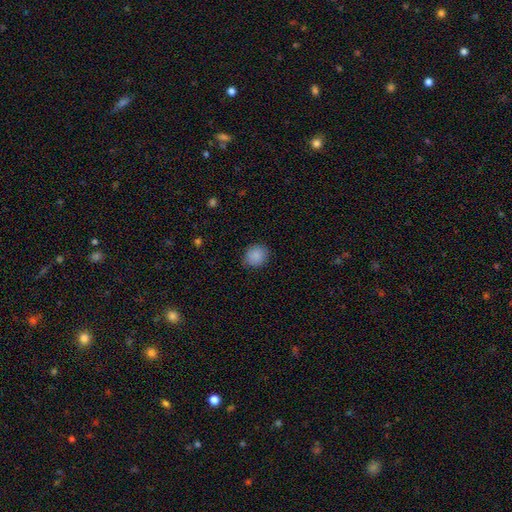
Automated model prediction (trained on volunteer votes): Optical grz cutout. It shows a smooth galaxy with no disk features (88%) that is round (78%). Merging: none (85%).